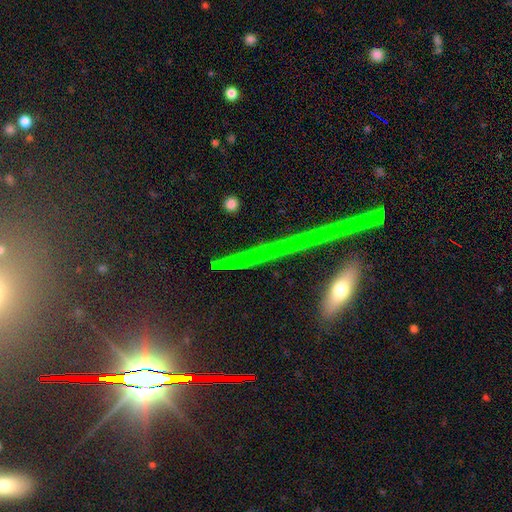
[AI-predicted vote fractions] Smooth or featured? Predicted: star or artifact (p=0.63).